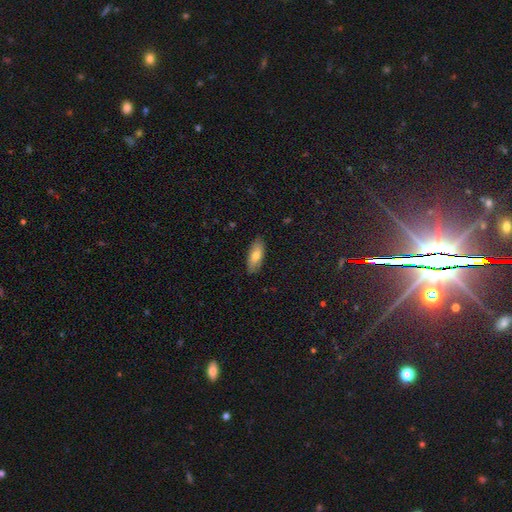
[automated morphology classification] A smooth galaxy with no disk features (73%) that is in between round and cigar-shaped (82%). Merging: none (85%).